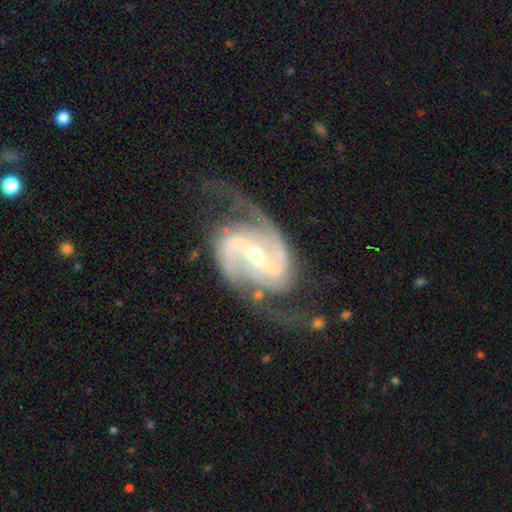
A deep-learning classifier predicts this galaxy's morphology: Smooth or featured: featured or disk — 93% (star or artifact — 4%)
Edge-on disk: no — 98% (yes — 2%)
Bar: strong — 51% (weak — 39%)
Spiral arms: yes — 98% (no — 2%)
Spiral winding: medium — 57% (tight — 24%)
Spiral arm count: 2 — 90% (3 — 3%)
Bulge size: moderate — 52% (small — 41%)
Merging: none — 68% (minor disturbance — 18%)